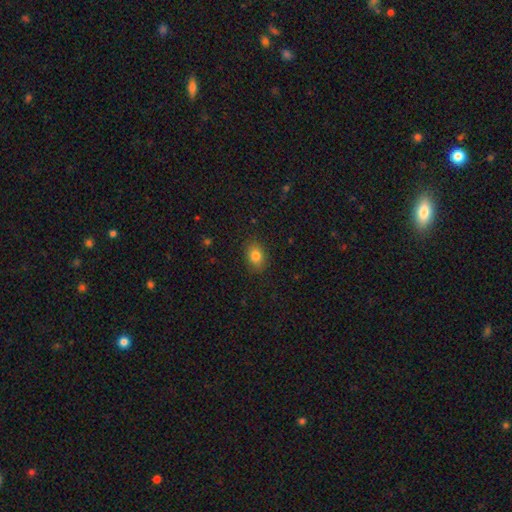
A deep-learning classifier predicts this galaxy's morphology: Smooth or featured: smooth — 82% (star or artifact — 10%)
How rounded: in between — 69% (round — 30%)
Merging: none — 87% (minor disturbance — 9%)